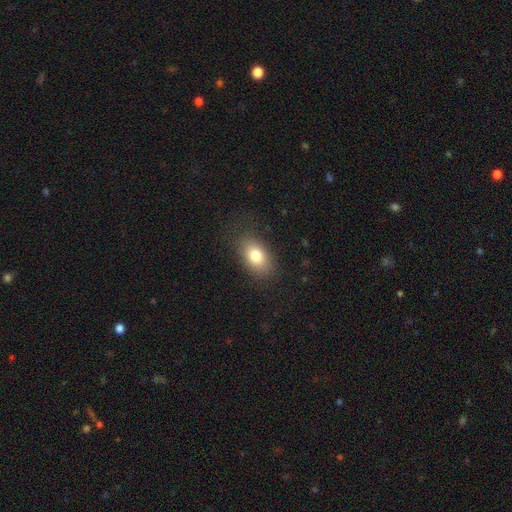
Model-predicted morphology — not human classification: The model was most divided on "smooth or featured": smooth: 80%, featured or disk: 11%, star or artifact: 9%. More confident: how rounded — in between (88%); merging — none (82%).